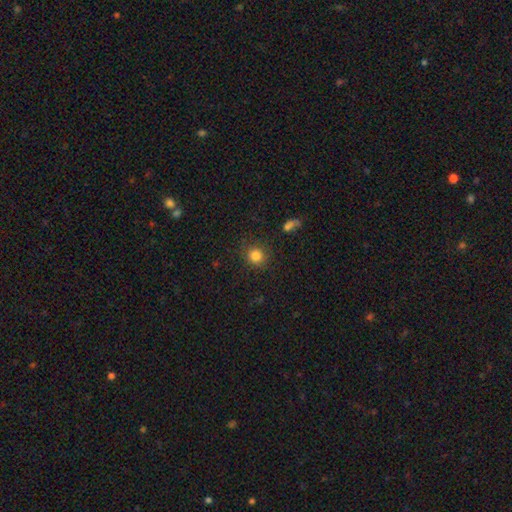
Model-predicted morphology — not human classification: Smooth or featured?
  - smooth: 82% *
  - star or artifact: 12%
  - featured or disk: 5%
How rounded?
  - round: 90% *
  - in between: 9%
  - cigar-shaped: 1%
Merging?
  - none: 85% *
  - minor disturbance: 9%
  - major disturbance: 4%
  - merger: 2%